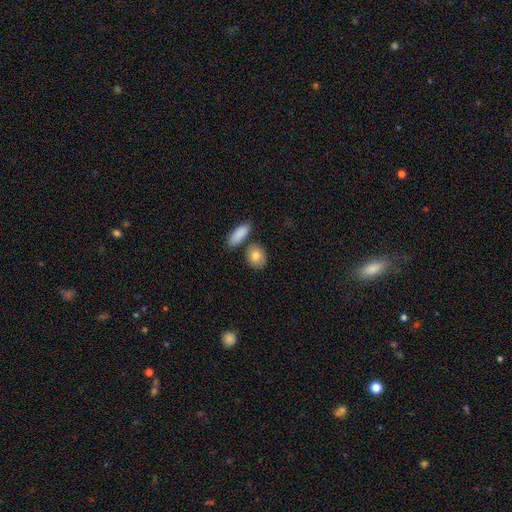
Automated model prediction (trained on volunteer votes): smooth 83%, featured or disk 10%, star or artifact 7%. Down the decision tree: how rounded — in between (57%); merging — none (73%).